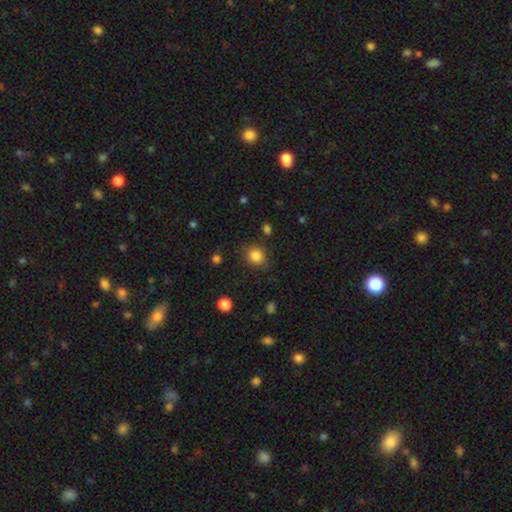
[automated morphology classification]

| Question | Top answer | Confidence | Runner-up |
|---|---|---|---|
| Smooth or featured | smooth | 84% | star or artifact (11%) |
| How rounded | round | 75% | in between (25%) |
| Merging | none | 82% | minor disturbance (12%) |